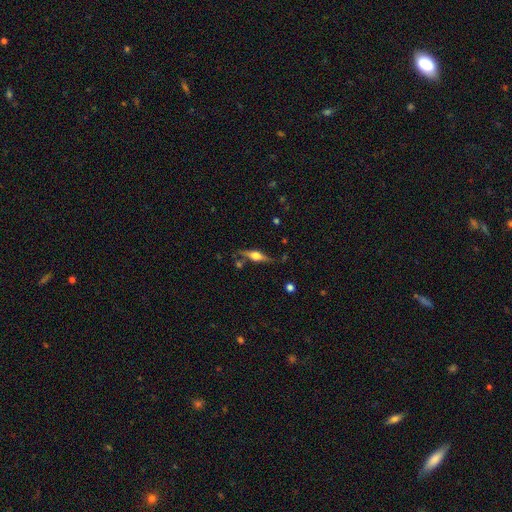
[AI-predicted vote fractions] This is likely a featured or disk galaxy (71%). It is clearly viewed edge-on (96%). Edge-on bulge: clearly rounded (91%). Merging: likely none (76%).